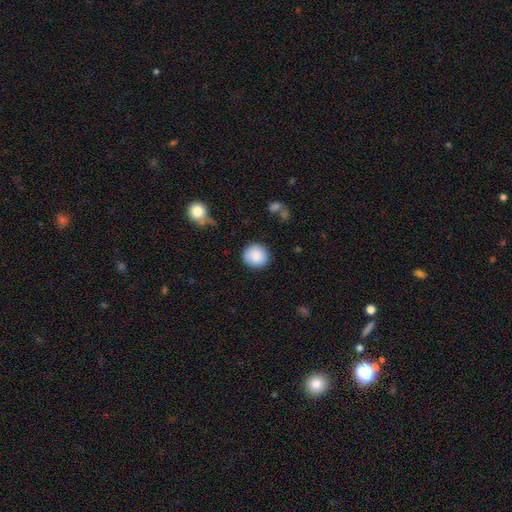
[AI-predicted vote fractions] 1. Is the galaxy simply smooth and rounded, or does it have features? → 86% smooth, 8% star or artifact, 7% featured or disk.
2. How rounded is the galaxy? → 91% round, 8% in between, 1% cigar-shaped.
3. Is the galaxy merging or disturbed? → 85% none, 11% minor disturbance, 3% major disturbance, 2% merger.